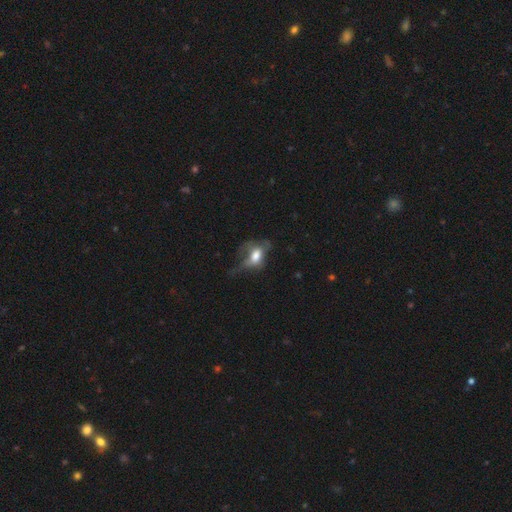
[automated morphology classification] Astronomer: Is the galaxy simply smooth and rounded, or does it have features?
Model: smooth — 59%.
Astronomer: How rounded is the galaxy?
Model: in between — 80%.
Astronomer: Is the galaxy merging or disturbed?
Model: major disturbance — 52%.